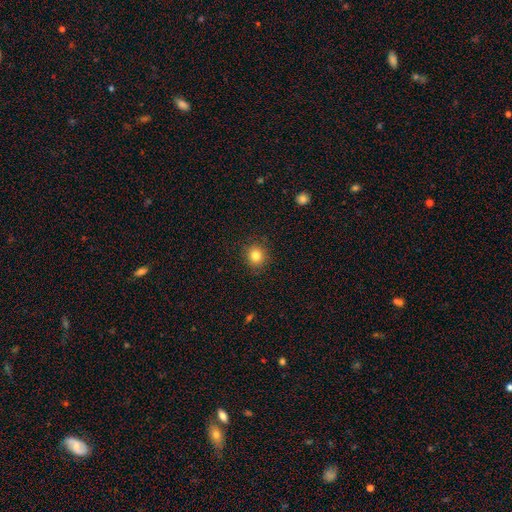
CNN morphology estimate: smooth_or_featured: smooth (p=0.83) [alt: star or artifact p=0.11]
how_rounded: round (p=0.88) [alt: in between p=0.11]
merging: none (p=0.89) [alt: minor disturbance p=0.07]